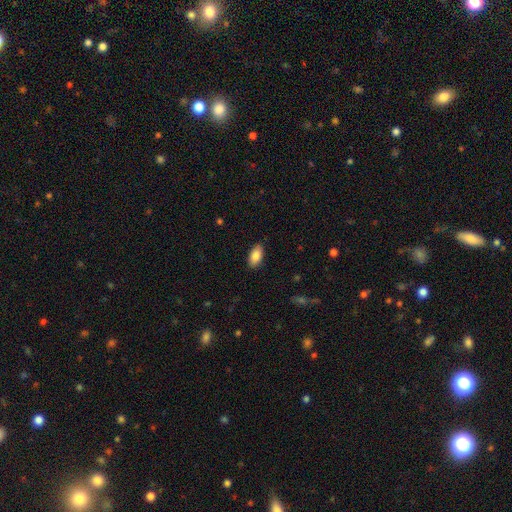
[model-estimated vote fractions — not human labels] Smooth or featured?
  - smooth: 87% *
  - star or artifact: 7%
  - featured or disk: 6%
How rounded?
  - in between: 93% *
  - cigar-shaped: 4%
  - round: 3%
Merging?
  - none: 87% *
  - minor disturbance: 10%
  - major disturbance: 2%
  - merger: 1%